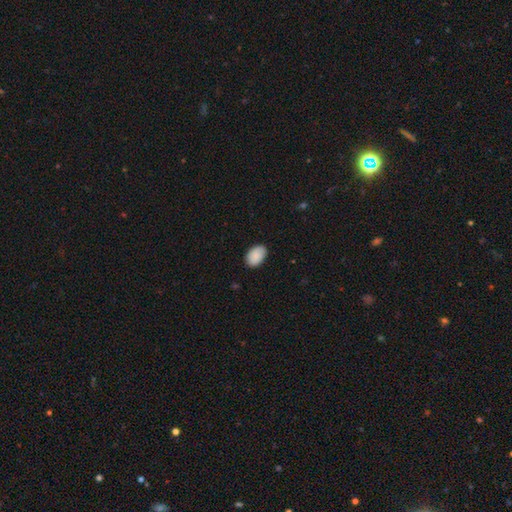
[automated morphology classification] The model was most divided on "merging": none: 85%, minor disturbance: 12%, major disturbance: 2%, merger: 1%. More confident: how rounded — in between (90%); smooth or featured — smooth (90%).